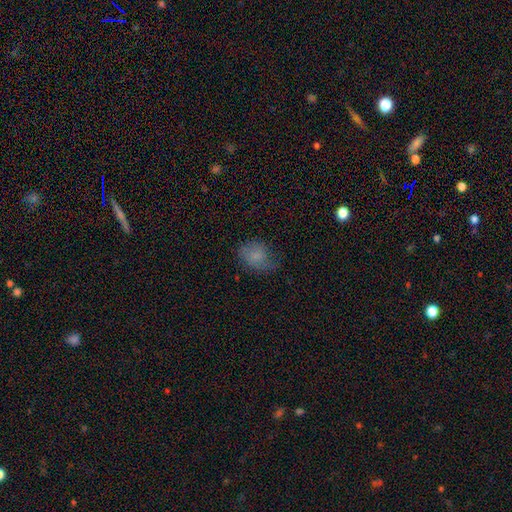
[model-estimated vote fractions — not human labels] Q: Smooth or featured?
A: smooth (68%); runner-up: featured or disk (22%)
Q: How rounded?
A: in between (63%); runner-up: round (36%)
Q: Merging?
A: none (50%); runner-up: minor disturbance (31%)